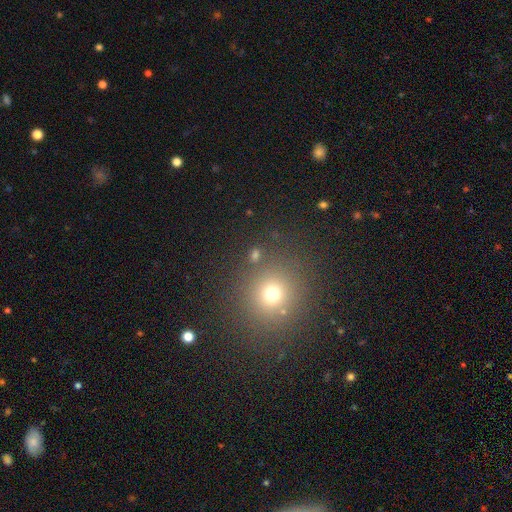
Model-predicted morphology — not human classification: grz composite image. It shows a smooth galaxy with no disk features (65%) that is round (90%). Merging: none (84%).